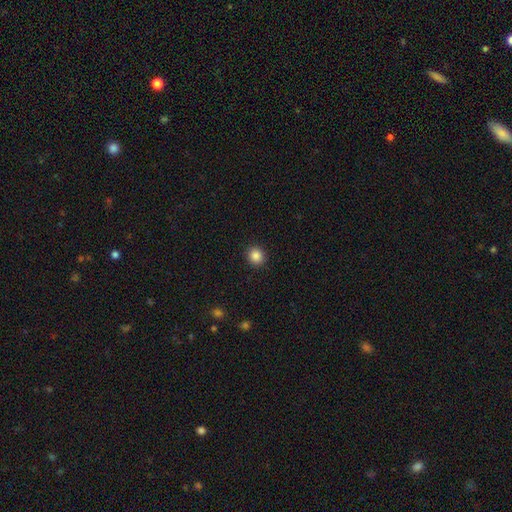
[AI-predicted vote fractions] Q: Smooth or featured?
A: smooth (86%); runner-up: star or artifact (10%)
Q: How rounded?
A: round (88%); runner-up: in between (11%)
Q: Merging?
A: none (92%); runner-up: minor disturbance (5%)